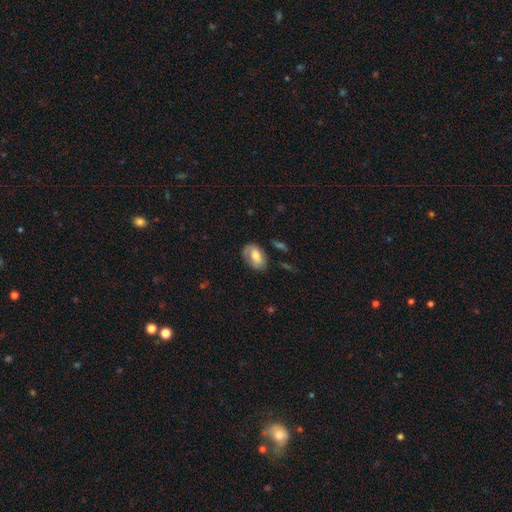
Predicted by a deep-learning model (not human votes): This is possibly a smooth galaxy (58%). How rounded: clearly in between (86%). Merging: likely none (66%).